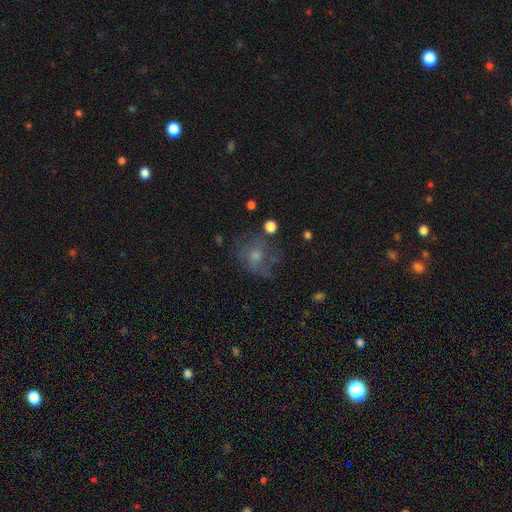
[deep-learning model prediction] This is possibly a smooth galaxy (49%). Merging: marginally none (41%).